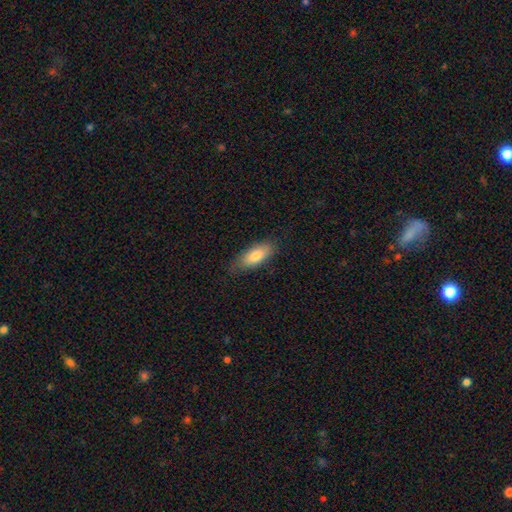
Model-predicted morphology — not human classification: Smooth or featured: smooth — 79% (featured or disk — 15%)
How rounded: in between — 75% (cigar-shaped — 23%)
Merging: none — 78% (minor disturbance — 17%)